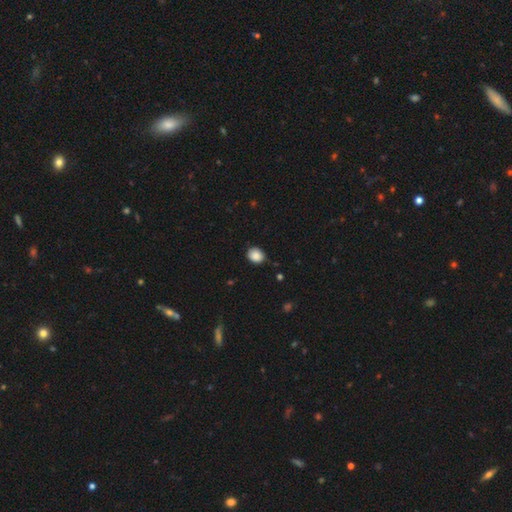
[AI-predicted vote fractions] This appears to be a smooth galaxy with no disk features (87%) that is round (63%). Merging: none (81%).